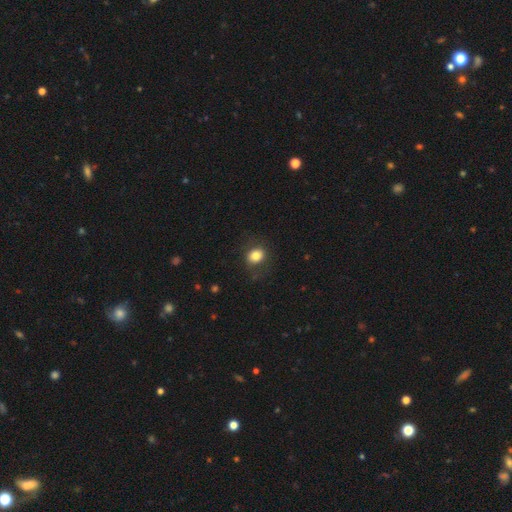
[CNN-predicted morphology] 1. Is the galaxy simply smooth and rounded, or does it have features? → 81% smooth, 10% star or artifact, 9% featured or disk.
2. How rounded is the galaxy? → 58% round, 41% in between, 1% cigar-shaped.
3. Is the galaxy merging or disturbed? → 78% none, 14% minor disturbance, 6% major disturbance, 1% merger.